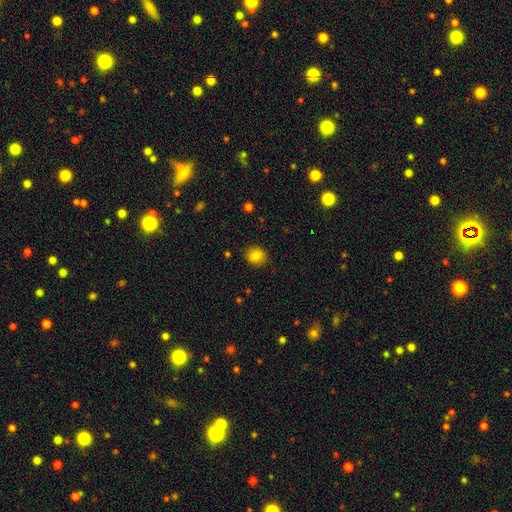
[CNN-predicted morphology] This appears to be a smooth galaxy with no disk features (84%) that is round (73%). Merging: none (87%).